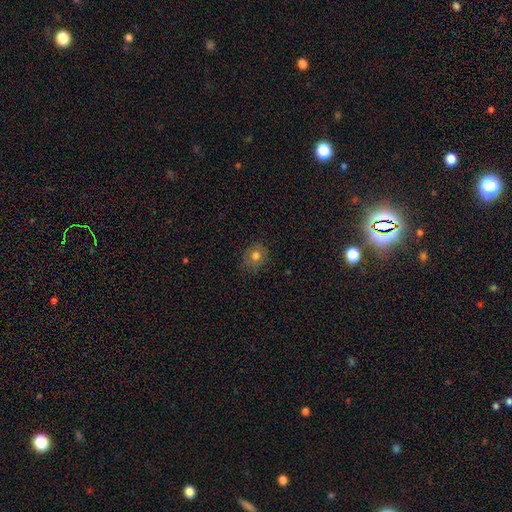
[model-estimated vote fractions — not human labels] smooth_or_featured: smooth (p=0.76) [alt: star or artifact p=0.13]
how_rounded: round (p=0.67) [alt: in between p=0.32]
merging: none (p=0.81) [alt: minor disturbance p=0.14]